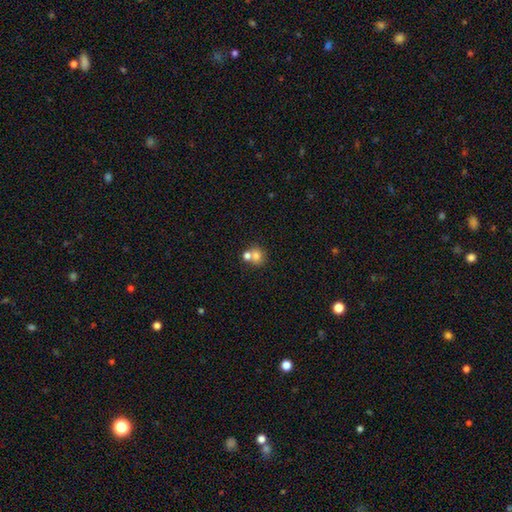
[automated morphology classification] A smooth galaxy with no disk features (74%) that is round (75%). Merging: merger (48%).